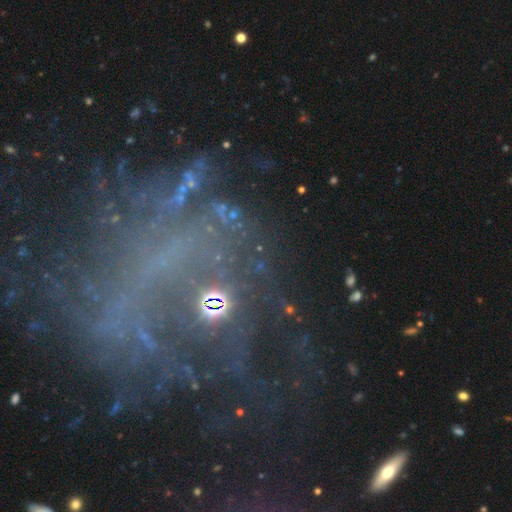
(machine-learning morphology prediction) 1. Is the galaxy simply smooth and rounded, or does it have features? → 46% featured or disk, 38% star or artifact, 16% smooth.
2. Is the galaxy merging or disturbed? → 60% none, 19% major disturbance, 15% minor disturbance, 6% merger.